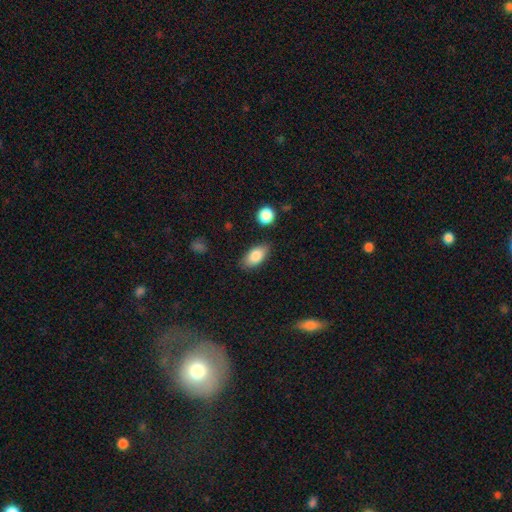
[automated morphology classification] A smooth galaxy with no disk features (83%) that is in between round and cigar-shaped (90%).

Vote fractions:
- Smooth or featured? smooth: 83% / featured or disk: 10% / star or artifact: 7%
- How rounded? in between: 90% / cigar-shaped: 5% / round: 5%
- Merging? none: 82% / minor disturbance: 13% / major disturbance: 3% / merger: 3%